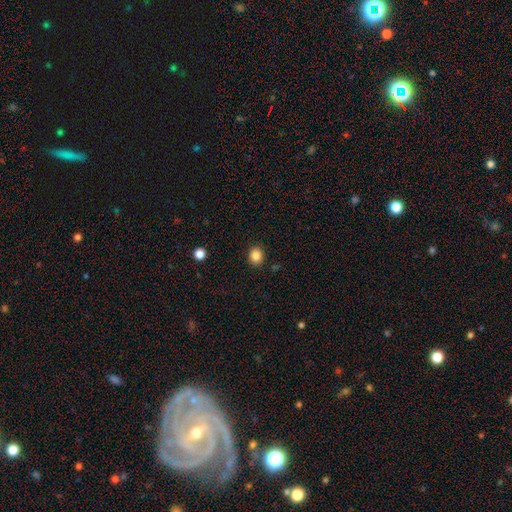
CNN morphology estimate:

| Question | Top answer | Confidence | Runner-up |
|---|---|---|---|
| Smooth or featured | smooth | 85% | star or artifact (11%) |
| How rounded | round | 71% | in between (28%) |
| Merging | none | 90% | minor disturbance (7%) |